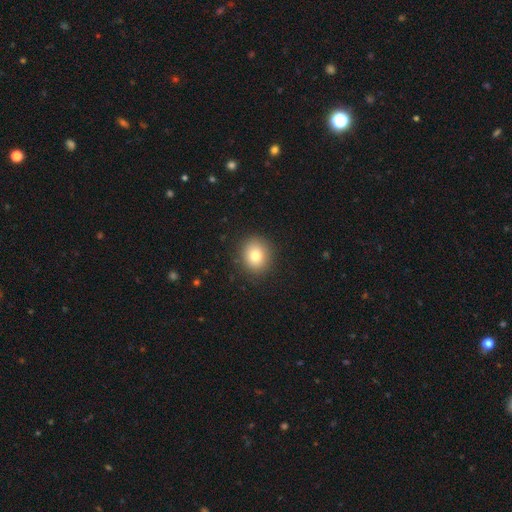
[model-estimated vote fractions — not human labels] smooth_or_featured: smooth (p=0.78) [alt: star or artifact p=0.11]
how_rounded: round (p=0.74) [alt: in between p=0.25]
merging: none (p=0.89) [alt: minor disturbance p=0.07]